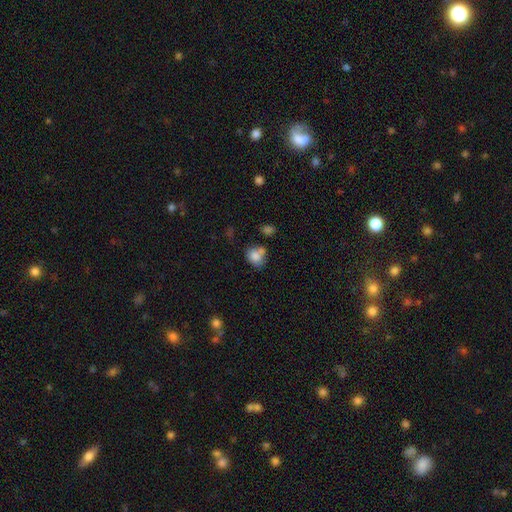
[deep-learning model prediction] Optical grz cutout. It shows a smooth galaxy with no disk features (80%) that is round (54%). Merging: none (48%).